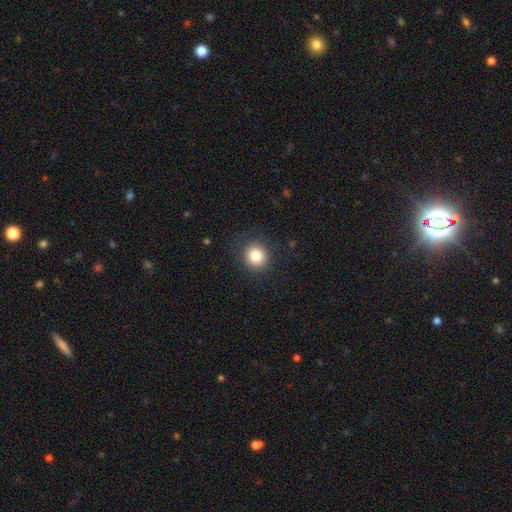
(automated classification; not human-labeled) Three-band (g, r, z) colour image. It shows a smooth galaxy with no disk features (85%) that is round (85%). Merging: none (84%).